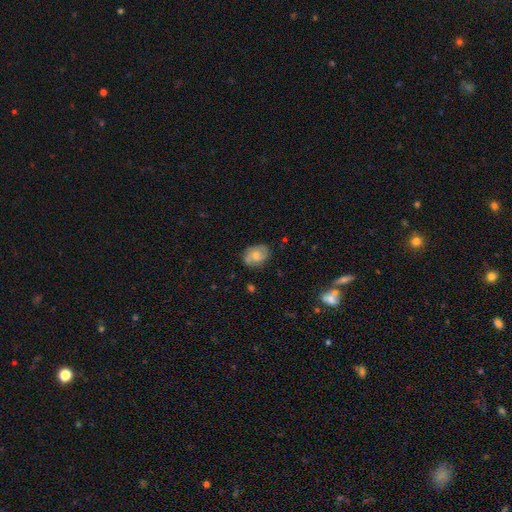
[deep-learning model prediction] Morphology: type=smooth (54%); roundness=in between (72%); merging=none (73%).